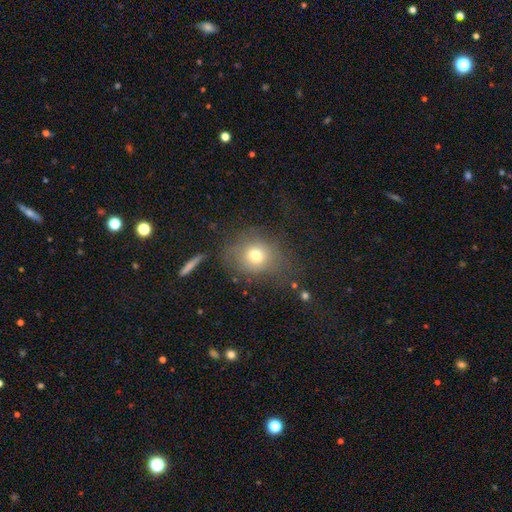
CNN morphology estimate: This appears to be a smooth galaxy with no disk features (73%) that is round (68%). Merging: none (63%).